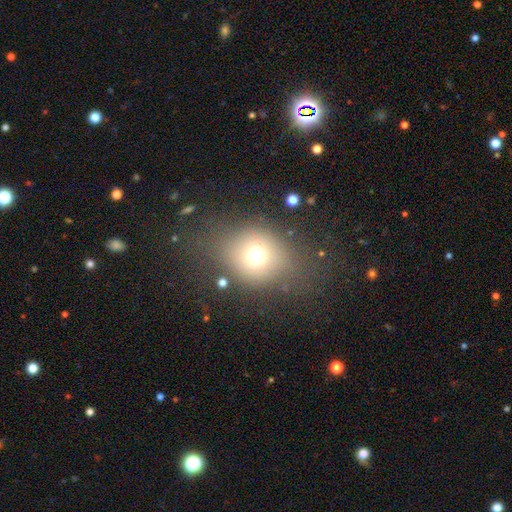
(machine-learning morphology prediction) smooth 70%, star or artifact 16%, featured or disk 14%. Down the decision tree: how rounded — round (62%); merging — none (69%).